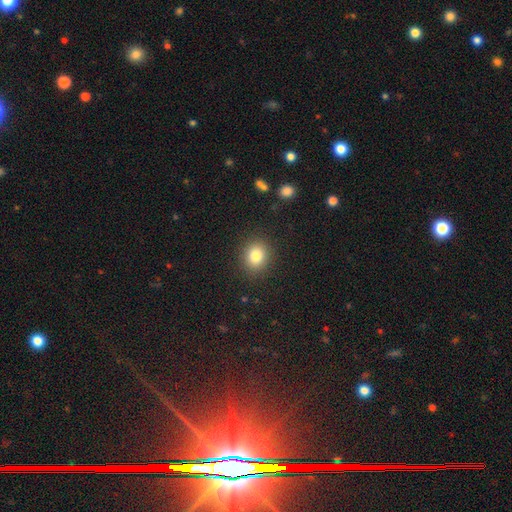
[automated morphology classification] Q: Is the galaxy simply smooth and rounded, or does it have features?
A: smooth — 82%.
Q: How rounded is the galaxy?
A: round — 74%.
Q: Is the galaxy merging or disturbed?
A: none — 89%.